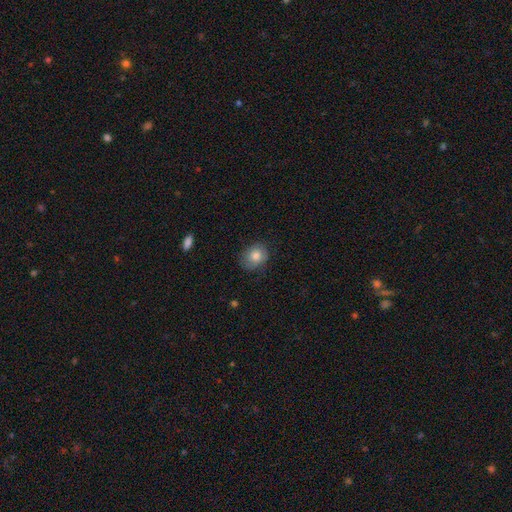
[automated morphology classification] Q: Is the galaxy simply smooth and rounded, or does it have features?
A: smooth — 79%.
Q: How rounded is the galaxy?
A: round — 52%.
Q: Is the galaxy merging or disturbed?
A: none — 75%.